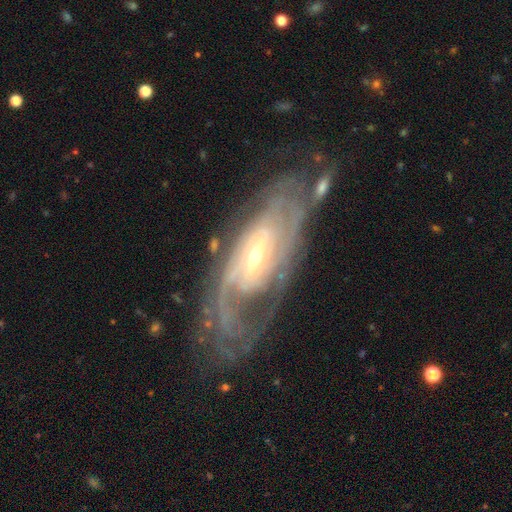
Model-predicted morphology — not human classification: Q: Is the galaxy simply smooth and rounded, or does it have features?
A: featured or disk — 87%.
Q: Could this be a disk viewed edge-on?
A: no — 91%.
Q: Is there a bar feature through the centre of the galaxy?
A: no — 49%.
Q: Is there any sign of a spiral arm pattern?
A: yes — 93%.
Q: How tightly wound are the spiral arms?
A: tight — 65%.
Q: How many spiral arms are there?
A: can't tell — 43%.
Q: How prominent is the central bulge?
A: small — 69%.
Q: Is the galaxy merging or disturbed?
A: none — 66%.